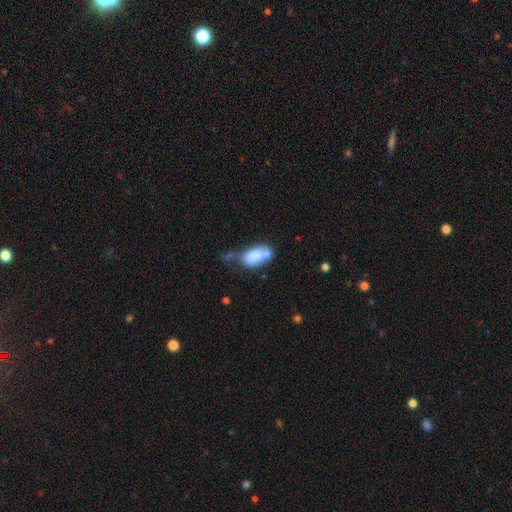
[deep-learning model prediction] This is likely a smooth galaxy (75%). How rounded: clearly in between (90%). Merging: marginally merger (30%).